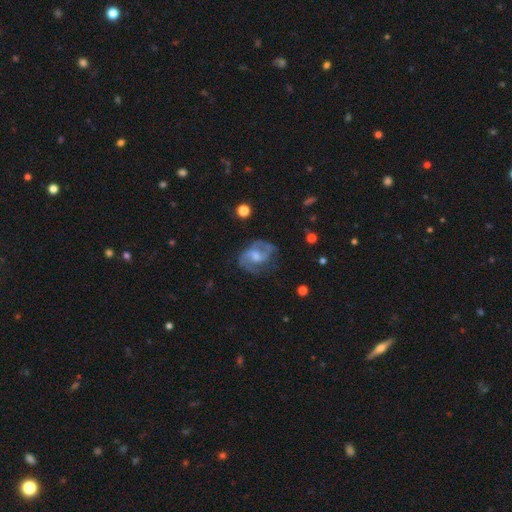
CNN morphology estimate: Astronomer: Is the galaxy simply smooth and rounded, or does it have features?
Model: featured or disk — 79%.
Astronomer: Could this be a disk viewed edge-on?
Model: no — 97%.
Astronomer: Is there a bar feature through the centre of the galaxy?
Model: weak — 51% (runner-up: no, 38%).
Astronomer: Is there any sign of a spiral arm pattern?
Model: yes — 92%.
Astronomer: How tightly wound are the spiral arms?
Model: medium — 50% (runner-up: loose, 34%).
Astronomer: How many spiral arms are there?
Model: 2 — 79%.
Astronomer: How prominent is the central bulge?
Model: moderate — 43% (runner-up: small, 38%).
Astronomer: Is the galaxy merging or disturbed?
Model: none — 62%.